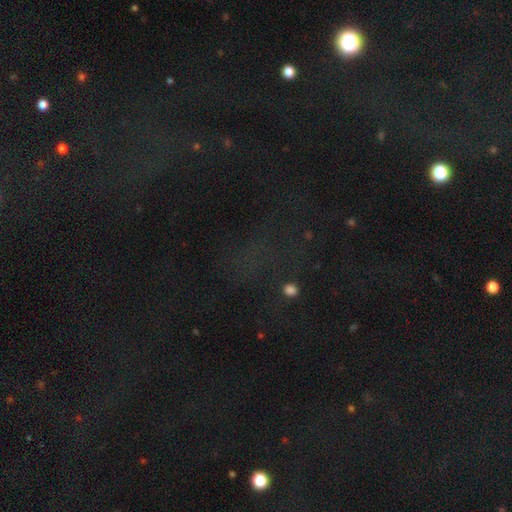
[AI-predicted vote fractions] The model was most divided on "smooth or featured": star or artifact: 69%, smooth: 19%, featured or disk: 12%.